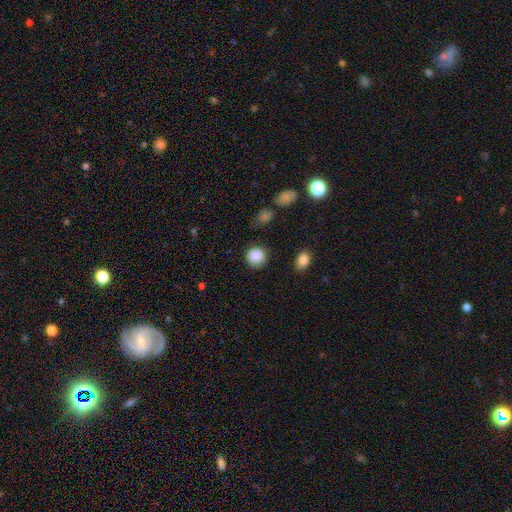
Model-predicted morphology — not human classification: Overall: smooth (88%). How rounded: round (90%). Merging: none (85%).